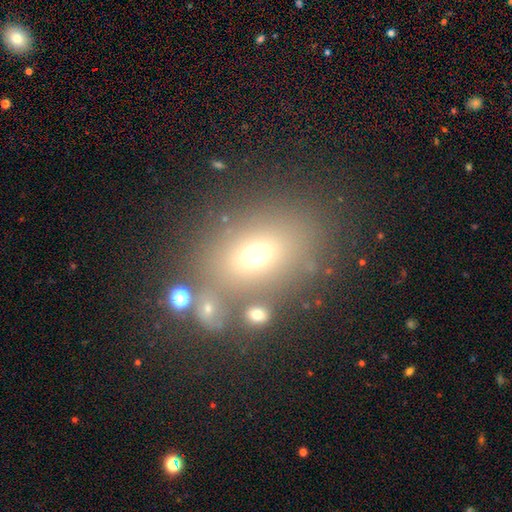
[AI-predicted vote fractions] Morphology: type=smooth (62%); roundness=in between (64%); merging=none (68%).